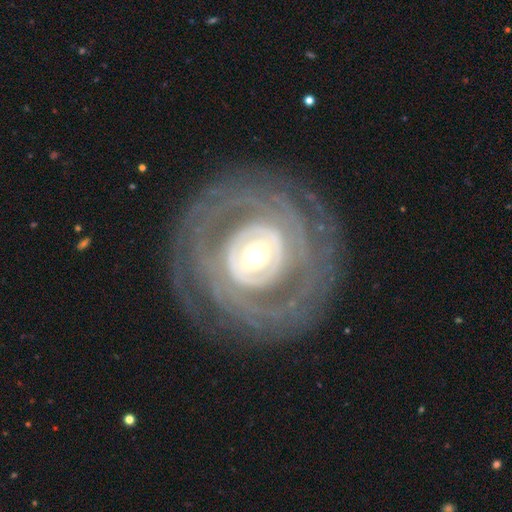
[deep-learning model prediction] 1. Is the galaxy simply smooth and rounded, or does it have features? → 86% featured or disk, 9% smooth, 5% star or artifact.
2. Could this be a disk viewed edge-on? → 96% no, 4% yes.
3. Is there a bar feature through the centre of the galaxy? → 35% weak, 34% strong, 31% no.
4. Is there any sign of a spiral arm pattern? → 84% yes, 16% no.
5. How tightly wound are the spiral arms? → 76% tight, 17% medium, 6% loose.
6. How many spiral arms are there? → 40% can't tell, 23% 2, 11% 3, 10% 4, 9% more than 4, 7% 1.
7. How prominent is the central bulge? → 54% moderate, 29% small, 14% large, 2% dominant, 1% none.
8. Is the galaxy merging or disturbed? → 80% none, 11% minor disturbance, 8% major disturbance, 1% merger.